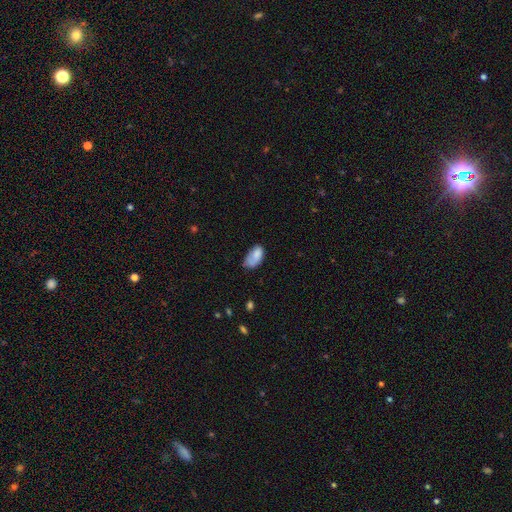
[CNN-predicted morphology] Smooth or featured?
  - smooth: 77% *
  - featured or disk: 15%
  - star or artifact: 8%
How rounded?
  - in between: 93% *
  - round: 4%
  - cigar-shaped: 2%
Merging?
  - none: 44% *
  - minor disturbance: 35%
  - major disturbance: 16%
  - merger: 5%